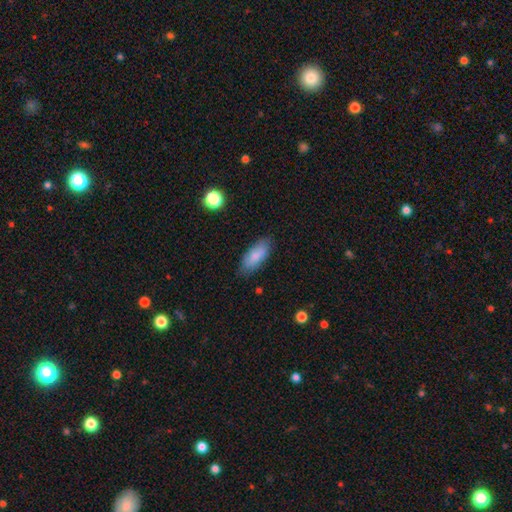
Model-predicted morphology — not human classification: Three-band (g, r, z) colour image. It shows a smooth galaxy with no disk features (82%) that is in between round and cigar-shaped (81%). Merging: none (81%).